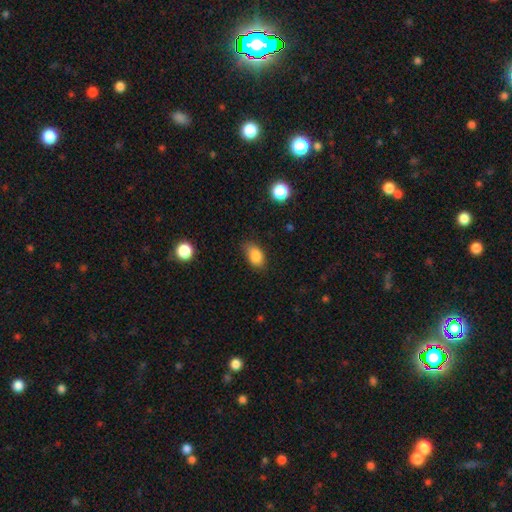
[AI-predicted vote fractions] The model was most divided on "merging": none: 71%, minor disturbance: 23%, major disturbance: 5%, merger: 1%. More confident: smooth or featured — smooth (85%); how rounded — in between (85%).